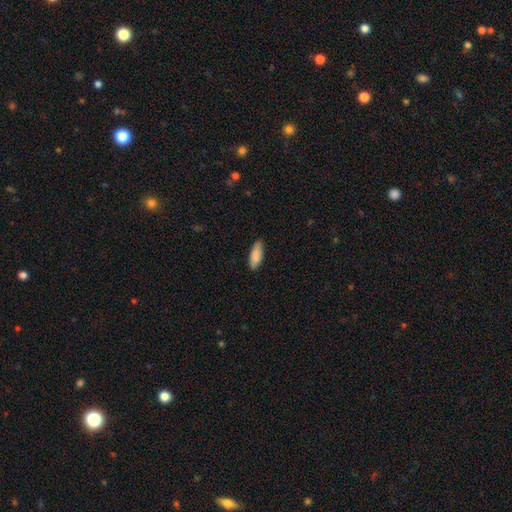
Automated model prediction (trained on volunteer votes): This is clearly a smooth galaxy (88%). How rounded: likely in between (65%). Merging: clearly none (86%).